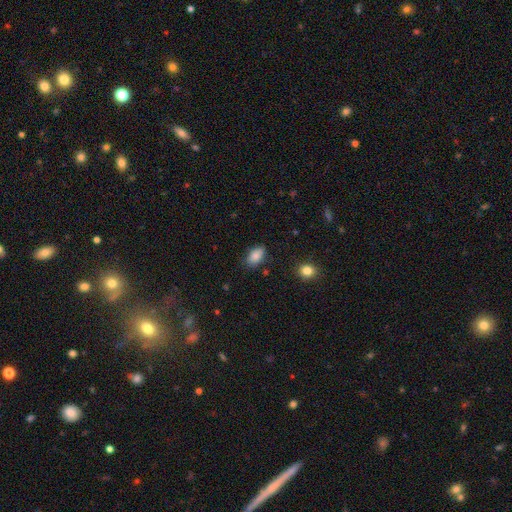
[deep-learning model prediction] Smooth or featured: smooth — 86% (star or artifact — 8%)
How rounded: in between — 91% (round — 7%)
Merging: none — 80% (minor disturbance — 15%)